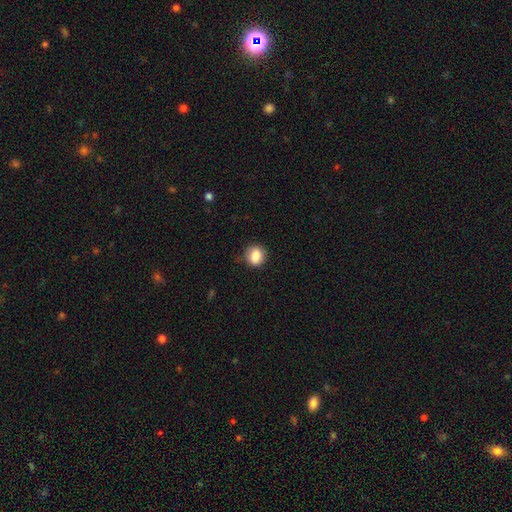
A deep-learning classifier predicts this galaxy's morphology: Smooth or featured? smooth (85%)
How rounded? round (68%)
Merging? none (80%)